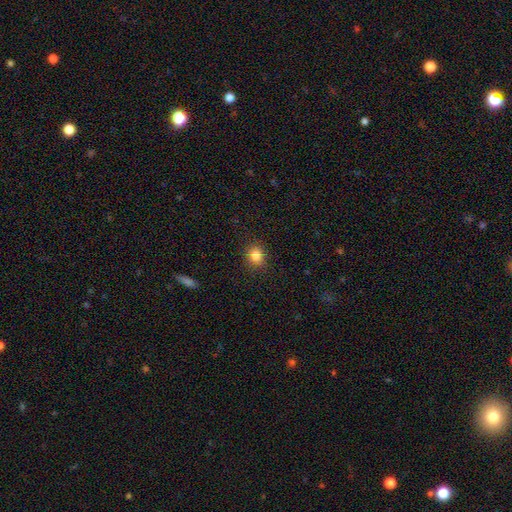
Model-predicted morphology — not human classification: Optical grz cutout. It shows a smooth galaxy with no disk features (84%) that is round (72%). Merging: none (89%).